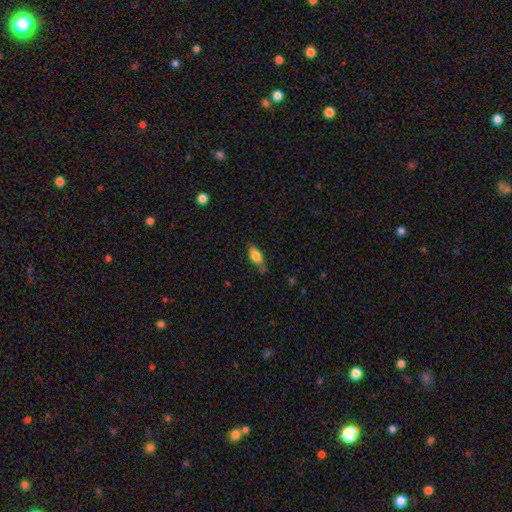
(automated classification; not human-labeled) A smooth galaxy with no disk features (76%) that is in between round and cigar-shaped (80%).

Vote fractions:
- Smooth or featured? smooth: 76% / featured or disk: 16% / star or artifact: 8%
- How rounded? in between: 80% / cigar-shaped: 14% / round: 5%
- Merging? none: 60% / minor disturbance: 28% / major disturbance: 7% / merger: 5%